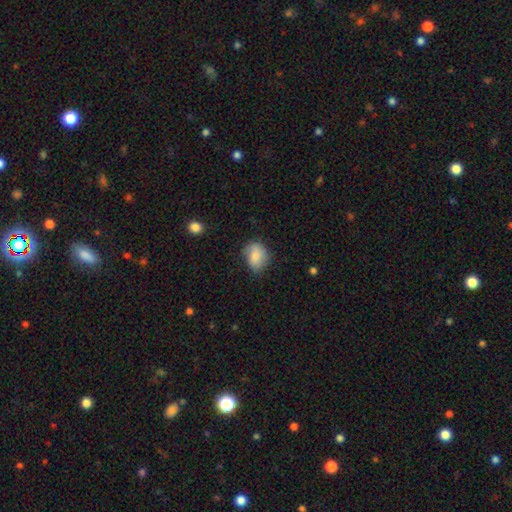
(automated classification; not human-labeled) smooth 81%, featured or disk 12%, star or artifact 7%. Down the decision tree: how rounded — in between (65%); merging — none (61%).